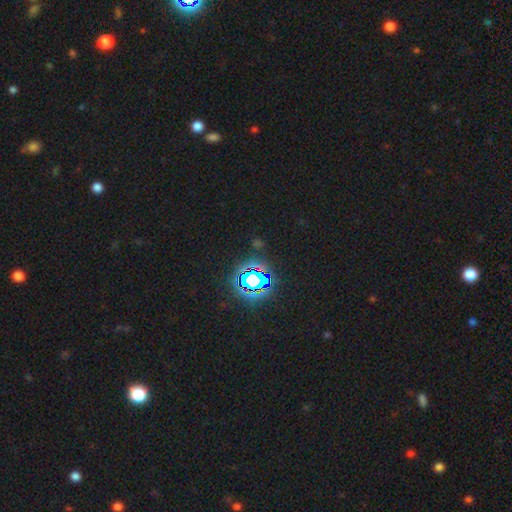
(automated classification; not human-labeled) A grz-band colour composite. It shows a star or artifact, not a galaxy (82%).